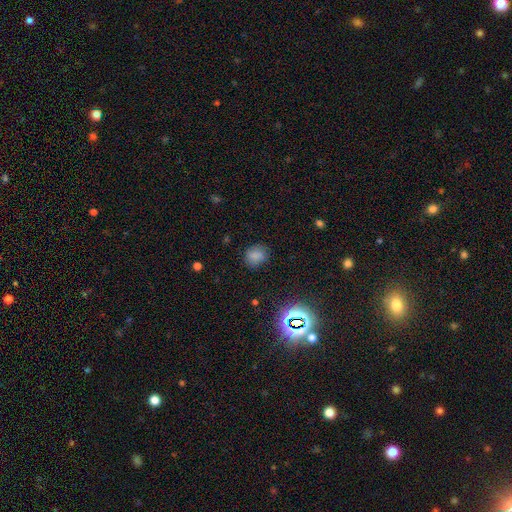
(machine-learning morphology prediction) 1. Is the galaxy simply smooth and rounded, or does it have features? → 76% smooth, 17% star or artifact, 7% featured or disk.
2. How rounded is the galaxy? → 57% round, 42% in between, 1% cigar-shaped.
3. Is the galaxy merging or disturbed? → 80% none, 14% minor disturbance, 4% major disturbance, 1% merger.